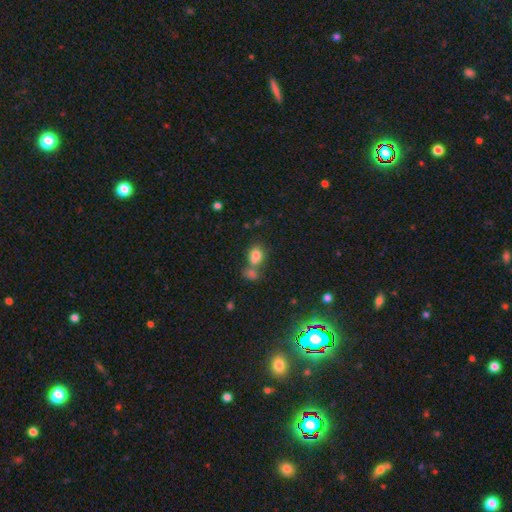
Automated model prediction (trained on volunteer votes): This appears to be a smooth galaxy with no disk features (79%) that is in between round and cigar-shaped (59%). Merging: merger (44%).